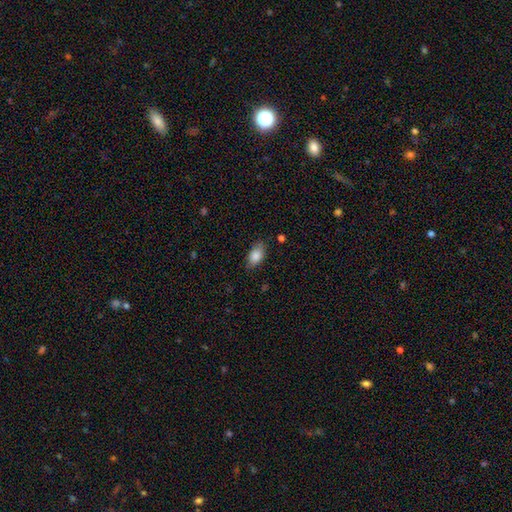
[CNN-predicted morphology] This is clearly a smooth galaxy (84%). How rounded: clearly in between (90%). Merging: likely none (77%).